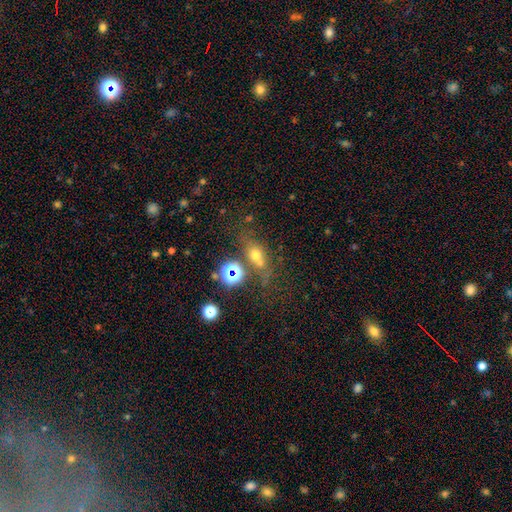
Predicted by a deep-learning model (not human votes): The model was most divided on "how rounded": in between: 50%, round: 40%, cigar-shaped: 10%. More confident: smooth or featured — smooth (55%); merging — none (52%).